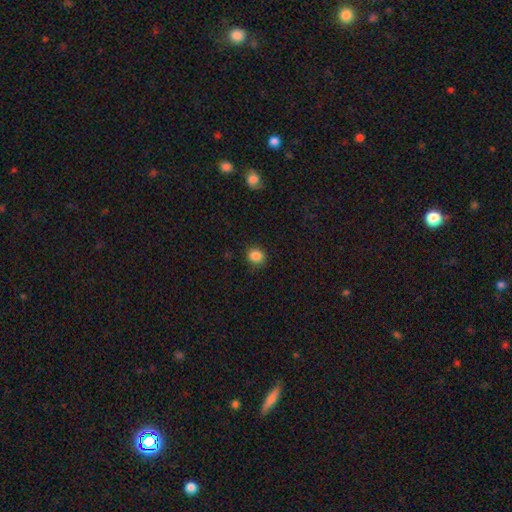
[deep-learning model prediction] Overall: smooth (86%). How rounded: round (76%). Merging: none (87%).